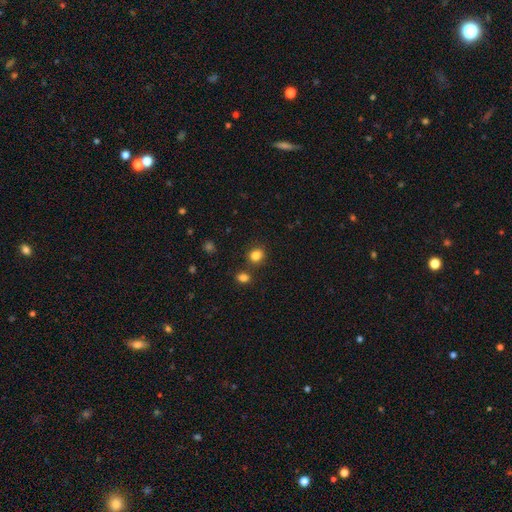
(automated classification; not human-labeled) Overall: smooth (83%). How rounded: round (73%). Merging: none (78%).